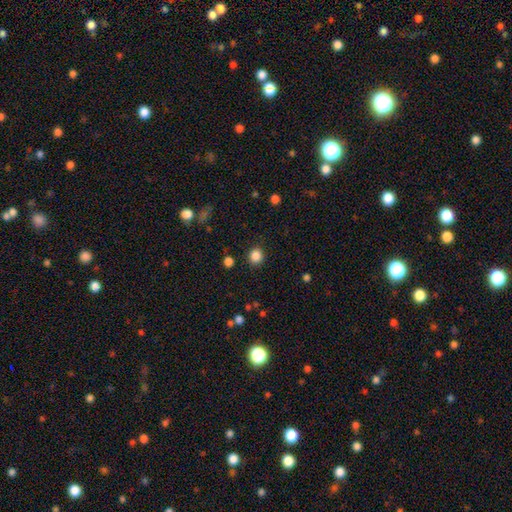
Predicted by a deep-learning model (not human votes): Smooth or featured? smooth (85%)
How rounded? round (85%)
Merging? none (90%)